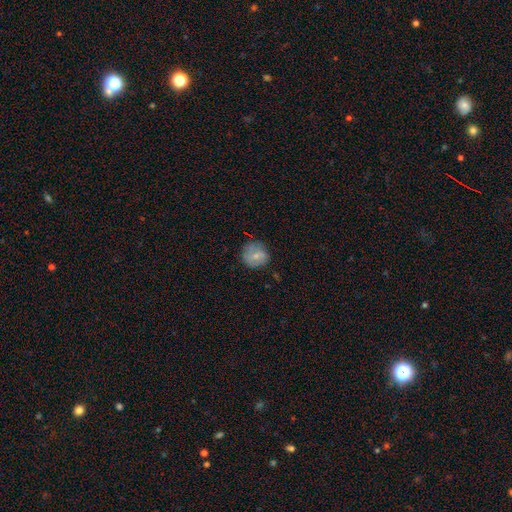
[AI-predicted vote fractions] Smooth or featured? smooth (67%)
How rounded? round (82%)
Merging? none (70%)